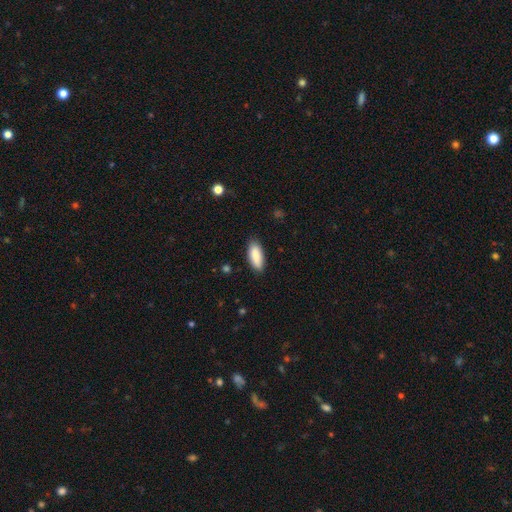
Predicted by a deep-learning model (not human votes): Smooth or featured? Predicted: smooth (p=0.89). How rounded? Predicted: in between (p=0.81). Merging? Predicted: none (p=0.85).